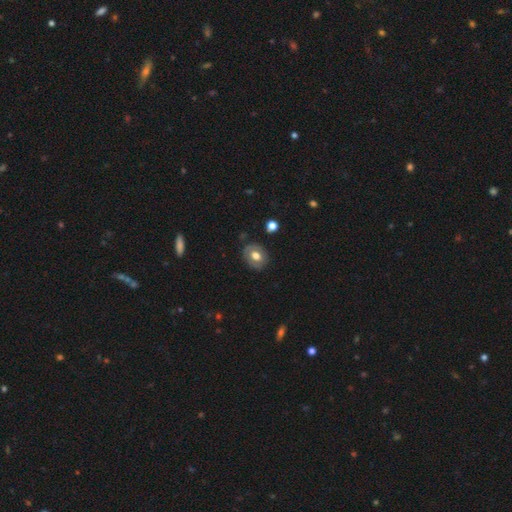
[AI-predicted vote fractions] Overall: smooth (58%; featured or disk 33%). How rounded: round (55%; in between 44%). Merging: none (80%).